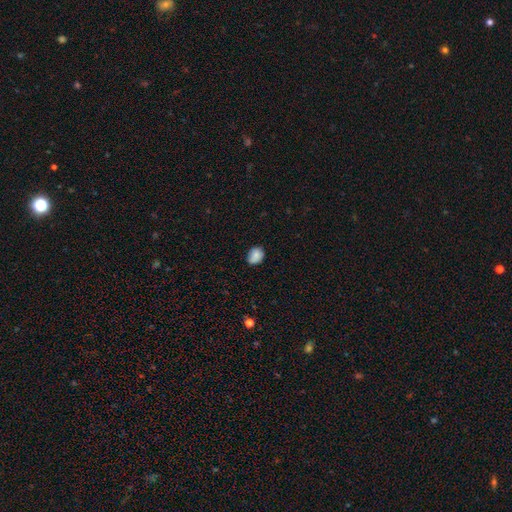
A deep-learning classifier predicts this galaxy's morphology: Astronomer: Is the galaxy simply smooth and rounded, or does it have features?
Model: smooth — 84%.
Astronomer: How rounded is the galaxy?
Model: in between — 54% (runner-up: round, 45%).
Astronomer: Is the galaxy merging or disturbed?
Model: none — 76%.